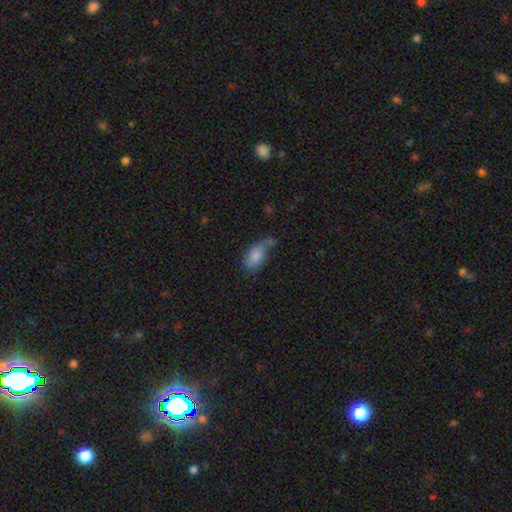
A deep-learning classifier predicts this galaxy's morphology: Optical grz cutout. It shows a smooth galaxy with no disk features (81%) that is in between round and cigar-shaped (91%). Merging: none (41%).